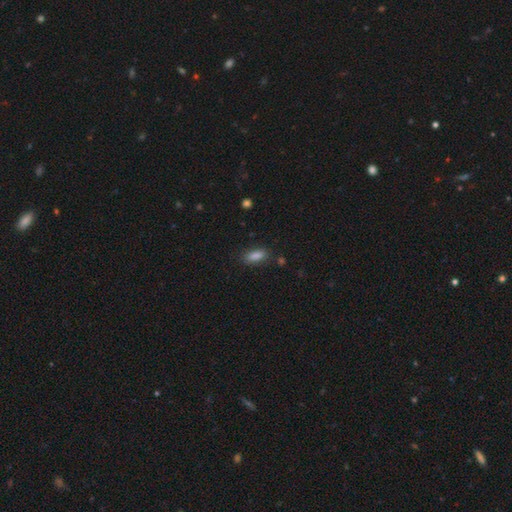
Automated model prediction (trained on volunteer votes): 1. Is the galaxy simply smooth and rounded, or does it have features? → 86% smooth, 9% star or artifact, 5% featured or disk.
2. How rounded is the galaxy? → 80% in between, 17% cigar-shaped, 3% round.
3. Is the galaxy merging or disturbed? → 83% none, 12% minor disturbance, 3% major disturbance, 2% merger.